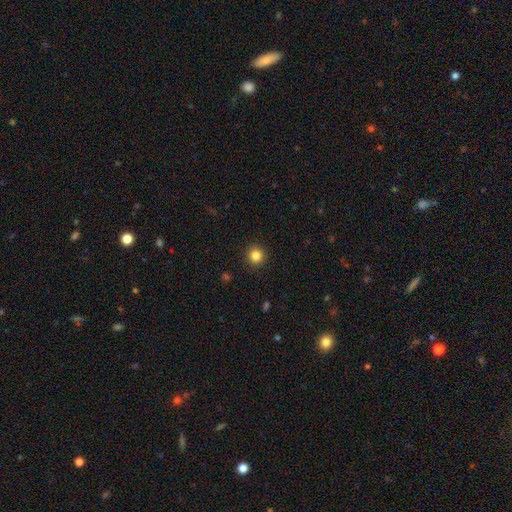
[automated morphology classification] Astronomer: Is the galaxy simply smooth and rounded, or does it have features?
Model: smooth — 84%.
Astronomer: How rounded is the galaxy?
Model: round — 93%.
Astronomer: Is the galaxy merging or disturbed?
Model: none — 92%.